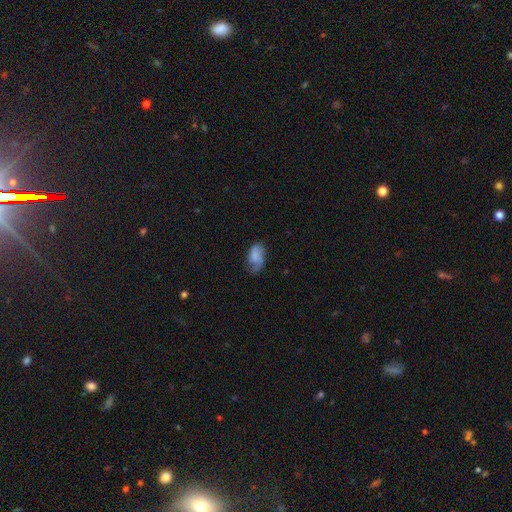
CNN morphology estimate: Smooth or featured?
  - smooth: 62% *
  - featured or disk: 29%
  - star or artifact: 8%
How rounded?
  - in between: 90% *
  - round: 8%
  - cigar-shaped: 2%
Merging?
  - none: 48% *
  - minor disturbance: 32%
  - major disturbance: 17%
  - merger: 2%